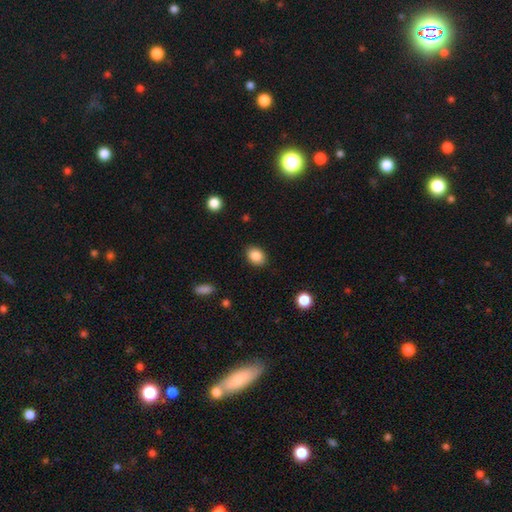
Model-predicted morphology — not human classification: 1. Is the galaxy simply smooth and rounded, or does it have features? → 87% smooth, 9% star or artifact, 5% featured or disk.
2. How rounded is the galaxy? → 62% in between, 37% round, 1% cigar-shaped.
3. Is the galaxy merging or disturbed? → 88% none, 9% minor disturbance, 2% major disturbance, 1% merger.